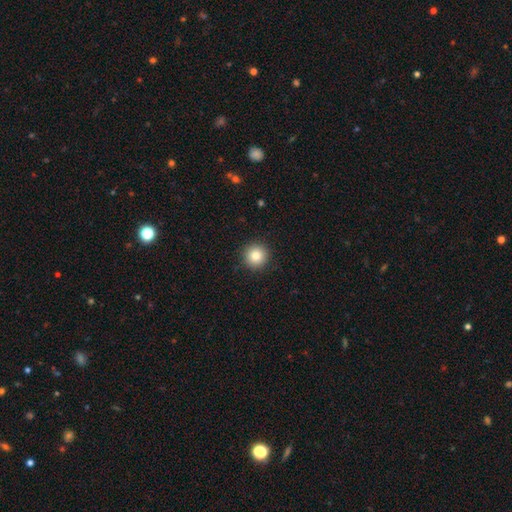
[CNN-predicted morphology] Smooth or featured: smooth — 83% (star or artifact — 10%)
How rounded: round — 96% (in between — 4%)
Merging: none — 92% (minor disturbance — 5%)